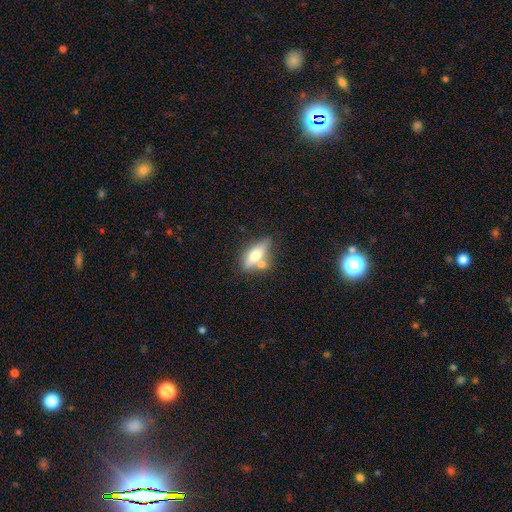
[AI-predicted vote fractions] smooth_or_featured: smooth (p=0.59) [alt: featured or disk p=0.33]
how_rounded: in between (p=0.74) [alt: cigar-shaped p=0.20]
merging: none (p=0.48) [alt: merger p=0.30]